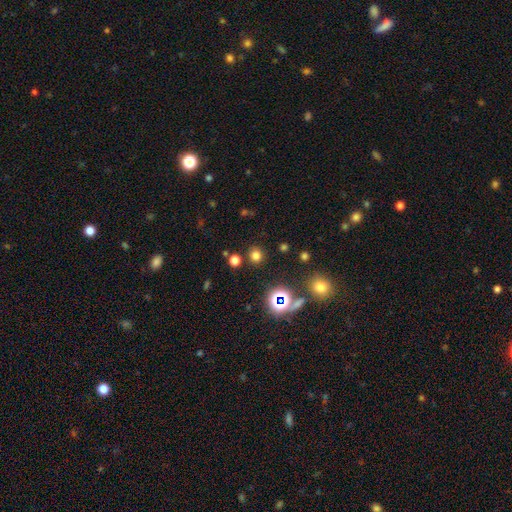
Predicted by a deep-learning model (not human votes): This is likely a smooth galaxy (70%). How rounded: clearly round (89%). Merging: clearly none (87%).